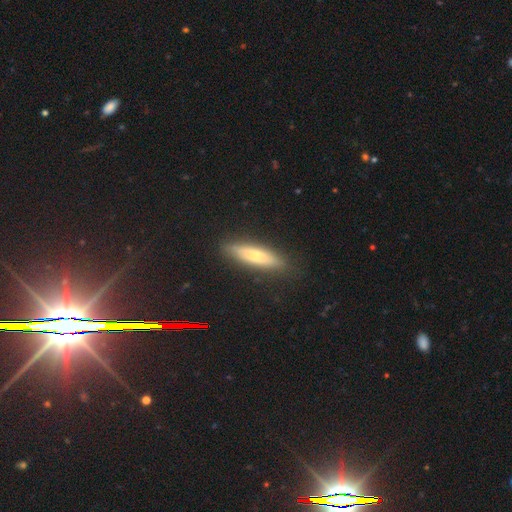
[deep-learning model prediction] Q: Smooth or featured?
A: smooth (59%); runner-up: featured or disk (33%)
Q: How rounded?
A: cigar-shaped (74%); runner-up: in between (24%)
Q: Merging?
A: none (85%); runner-up: minor disturbance (11%)